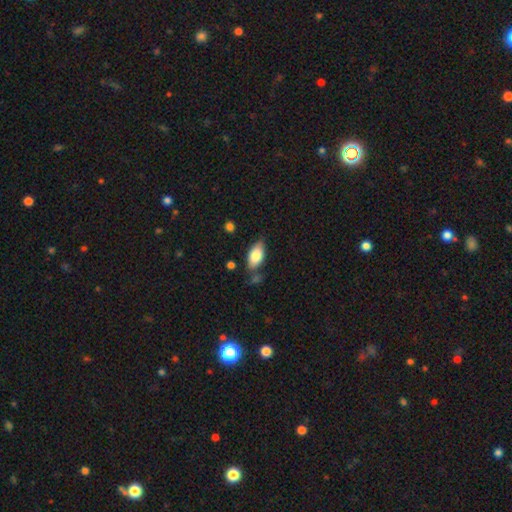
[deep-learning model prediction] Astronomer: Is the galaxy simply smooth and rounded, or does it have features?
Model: smooth — 80%.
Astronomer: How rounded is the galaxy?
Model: in between — 90%.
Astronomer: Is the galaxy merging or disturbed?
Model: none — 67%.